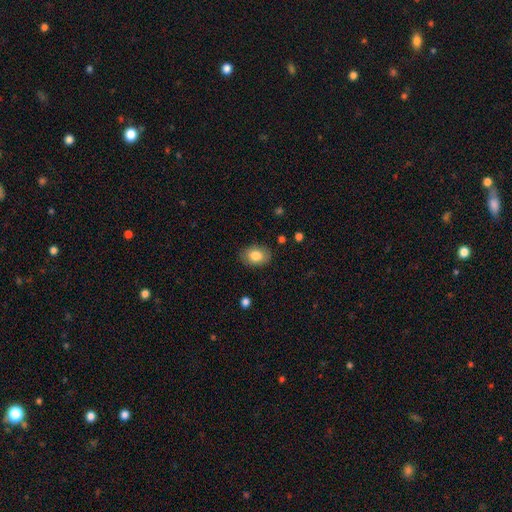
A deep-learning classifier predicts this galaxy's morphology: type=smooth (81%); roundness=in between (77%); merging=none (85%).